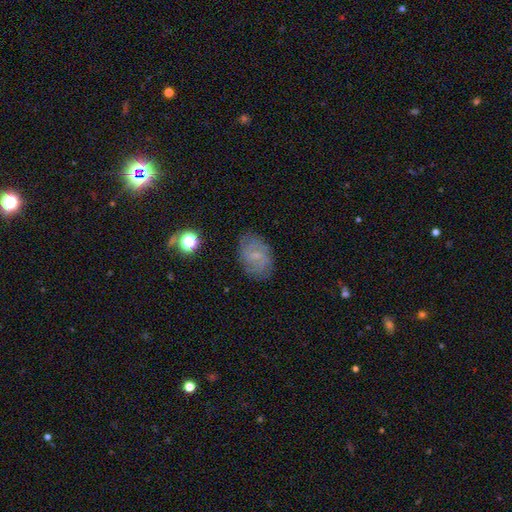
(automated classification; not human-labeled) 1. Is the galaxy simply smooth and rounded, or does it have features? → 54% featured or disk, 35% smooth, 11% star or artifact.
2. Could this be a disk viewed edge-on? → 96% no, 4% yes.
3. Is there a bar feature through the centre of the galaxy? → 49% weak, 41% no, 10% strong.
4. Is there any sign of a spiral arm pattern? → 77% yes, 23% no.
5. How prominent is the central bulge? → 66% small, 17% moderate, 15% none, 1% large, 1% dominant.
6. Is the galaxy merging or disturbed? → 76% none, 17% minor disturbance, 6% major disturbance, 1% merger.